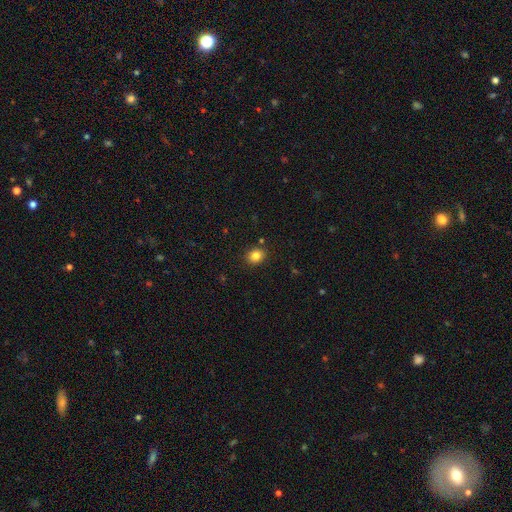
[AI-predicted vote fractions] A smooth galaxy with no disk features (84%) that is round (66%).

Vote fractions:
- Smooth or featured? smooth: 84% / star or artifact: 11% / featured or disk: 5%
- How rounded? round: 66% / in between: 33% / cigar-shaped: 1%
- Merging? none: 87% / minor disturbance: 8% / merger: 2% / major disturbance: 2%